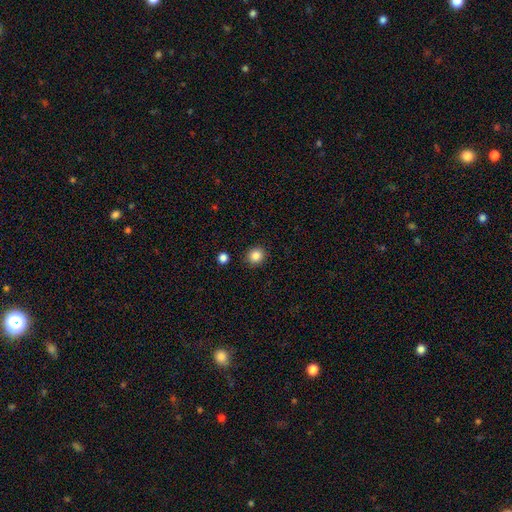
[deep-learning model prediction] smooth_or_featured: smooth (p=0.85) [alt: star or artifact p=0.10]
how_rounded: round (p=0.88) [alt: in between p=0.12]
merging: none (p=0.90) [alt: minor disturbance p=0.06]